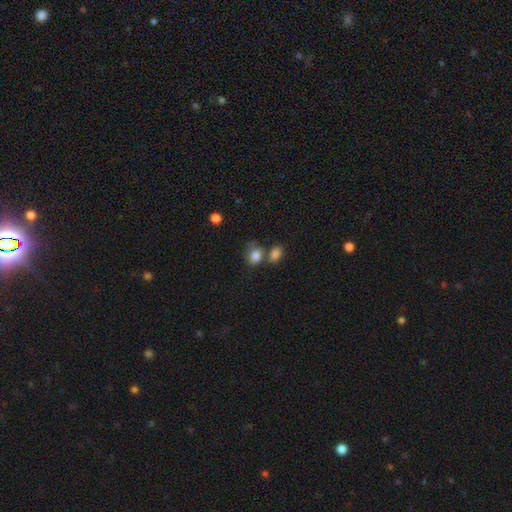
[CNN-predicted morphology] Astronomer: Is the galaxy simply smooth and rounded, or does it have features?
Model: smooth — 84%.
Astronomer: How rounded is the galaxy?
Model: round — 49%, tied with in between at 49%.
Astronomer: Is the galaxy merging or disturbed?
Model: none — 46% (runner-up: merger, 28%).